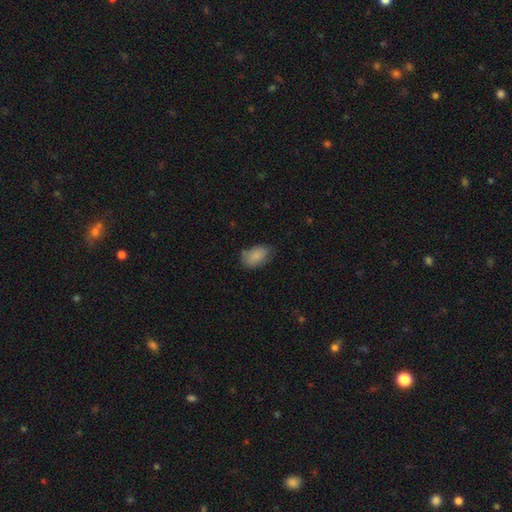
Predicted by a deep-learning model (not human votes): smooth 85%, featured or disk 7%, star or artifact 7%. Down the decision tree: how rounded — in between (90%); merging — none (60%).